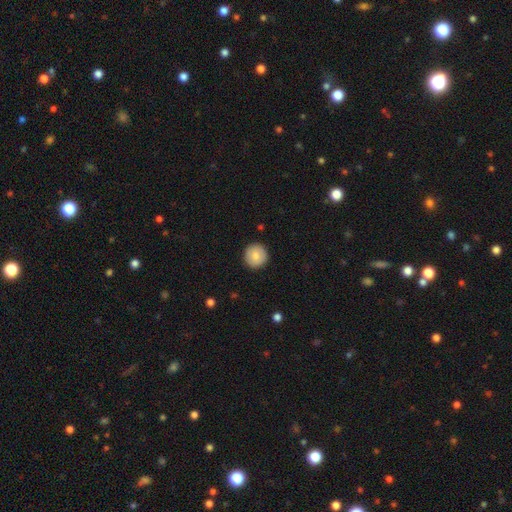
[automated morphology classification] Smooth or featured? smooth (84%)
How rounded? round (95%)
Merging? none (92%)